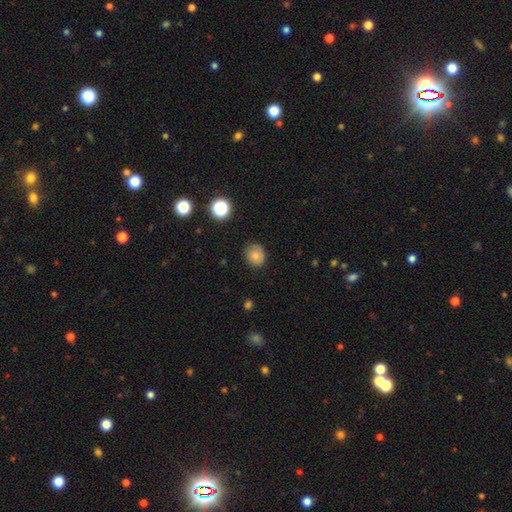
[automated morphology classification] This appears to be a smooth galaxy with no disk features (76%) that is round (72%). Merging: none (80%).